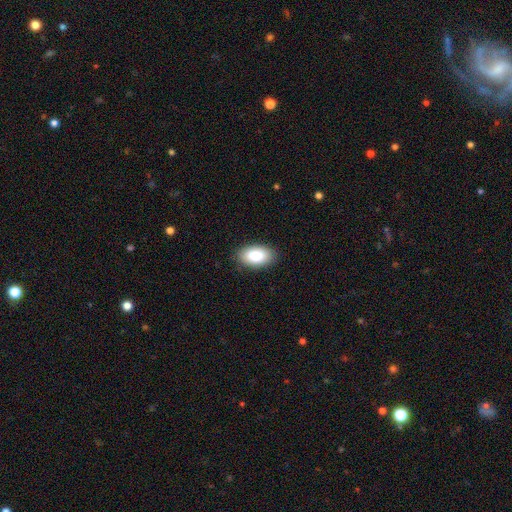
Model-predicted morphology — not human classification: The model was most divided on "merging": none: 87%, minor disturbance: 9%, major disturbance: 2%, merger: 1%. More confident: how rounded — in between (94%); smooth or featured — smooth (86%).